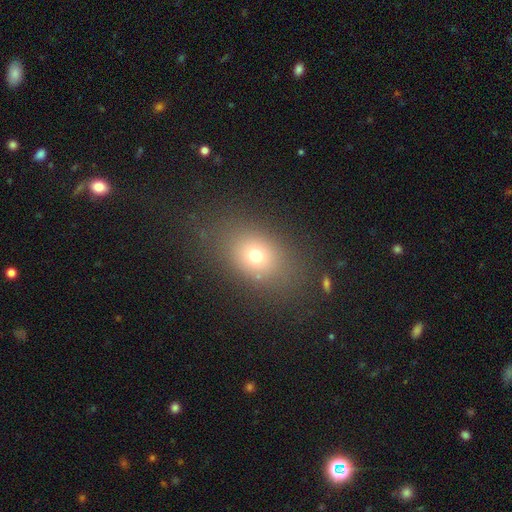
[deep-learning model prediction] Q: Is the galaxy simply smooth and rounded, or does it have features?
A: smooth — 71%.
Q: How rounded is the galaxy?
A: in between — 65%.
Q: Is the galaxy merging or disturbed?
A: none — 79%.